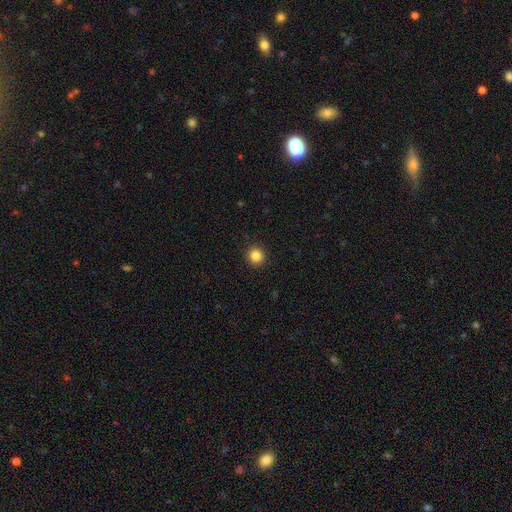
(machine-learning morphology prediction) smooth 85%, star or artifact 11%, featured or disk 4%. Down the decision tree: how rounded — round (93%); merging — none (93%).